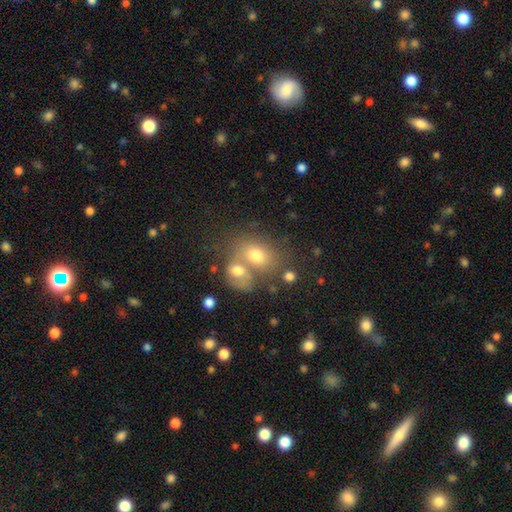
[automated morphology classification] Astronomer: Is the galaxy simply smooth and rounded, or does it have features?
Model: smooth — 69%.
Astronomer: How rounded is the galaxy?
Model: in between — 62% (runner-up: round, 37%).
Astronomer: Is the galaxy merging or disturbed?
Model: merger — 51% (runner-up: none, 33%).